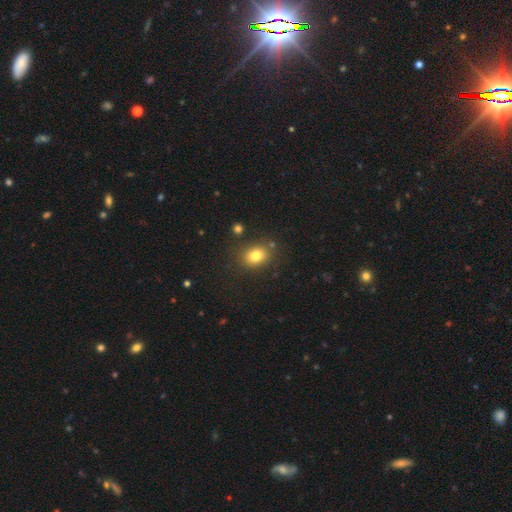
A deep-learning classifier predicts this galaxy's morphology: The model was most divided on "how rounded": in between: 55%, round: 44%, cigar-shaped: 1%. More confident: smooth or featured — smooth (80%); merging — none (80%).